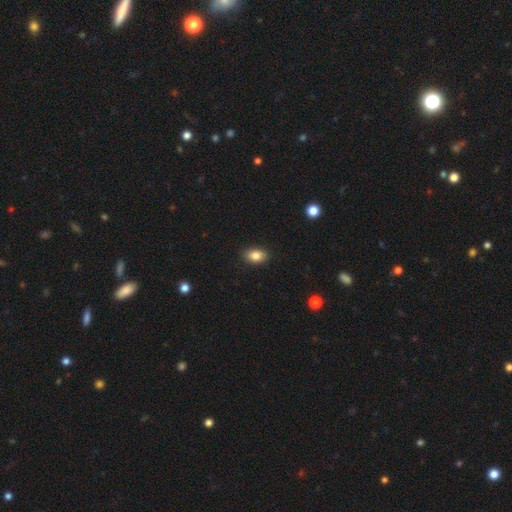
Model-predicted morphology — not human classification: Smooth or featured? Predicted: smooth (p=0.85). How rounded? Predicted: in between (p=0.84). Merging? Predicted: none (p=0.88).